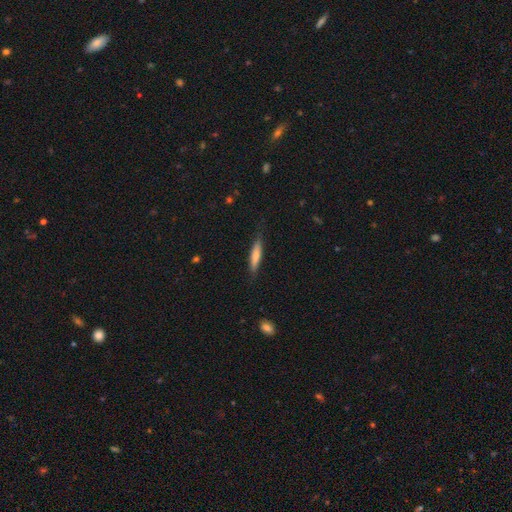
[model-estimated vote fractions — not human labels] A smooth galaxy with no disk features (70%) that is cigar-shaped (84%).

Vote fractions:
- Smooth or featured? smooth: 70% / featured or disk: 24% / star or artifact: 6%
- How rounded? cigar-shaped: 84% / in between: 15% / round: 2%
- Merging? none: 79% / minor disturbance: 17% / major disturbance: 3% / merger: 1%